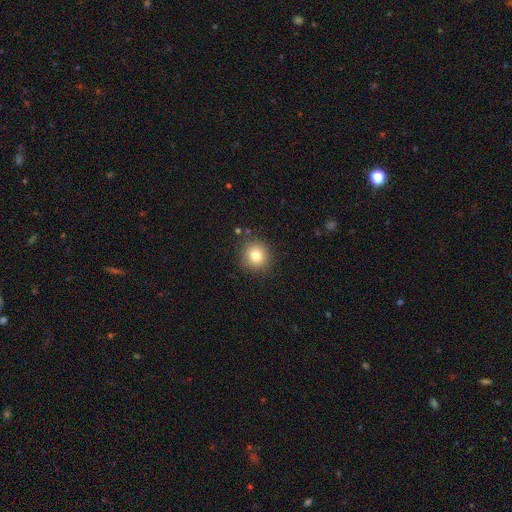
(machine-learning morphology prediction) Q: Smooth or featured?
A: smooth (80%); runner-up: star or artifact (12%)
Q: How rounded?
A: round (90%); runner-up: in between (9%)
Q: Merging?
A: none (87%); runner-up: minor disturbance (8%)